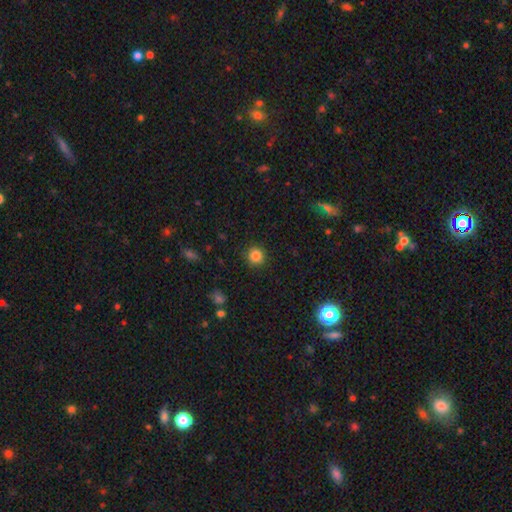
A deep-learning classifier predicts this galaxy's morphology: Smooth or featured? Predicted: smooth (p=0.84). How rounded? Predicted: round (p=0.93). Merging? Predicted: none (p=0.91).